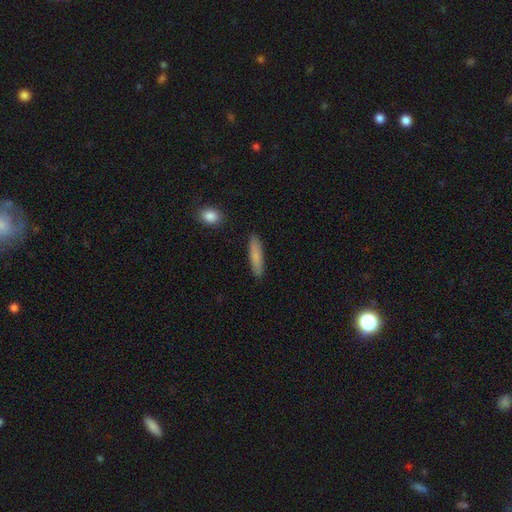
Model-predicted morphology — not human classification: smooth-or-featured: smooth: 80% | featured or disk: 13% | star or artifact: 6%
  how-rounded: cigar-shaped: 83% | in between: 15% | round: 2%
  merging: none: 88% | minor disturbance: 8% | major disturbance: 2% | merger: 2%